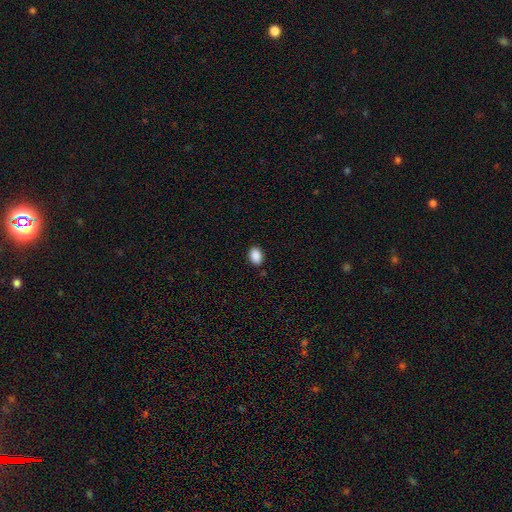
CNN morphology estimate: Q: Smooth or featured?
A: smooth (89%); runner-up: star or artifact (8%)
Q: How rounded?
A: in between (79%); runner-up: round (19%)
Q: Merging?
A: none (88%); runner-up: minor disturbance (9%)